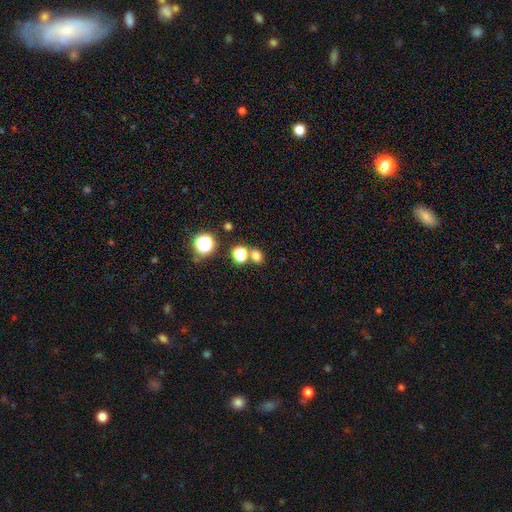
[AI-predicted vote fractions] Q: Smooth or featured?
A: smooth (72%); runner-up: star or artifact (22%)
Q: How rounded?
A: round (60%); runner-up: in between (39%)
Q: Merging?
A: none (68%); runner-up: merger (20%)